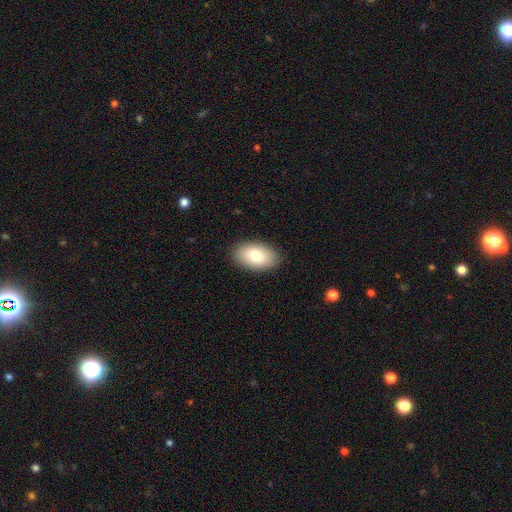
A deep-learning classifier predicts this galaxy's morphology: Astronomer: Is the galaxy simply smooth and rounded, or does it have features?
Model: smooth — 80%.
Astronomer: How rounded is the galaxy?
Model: in between — 94%.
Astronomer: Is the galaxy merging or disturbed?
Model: none — 88%.